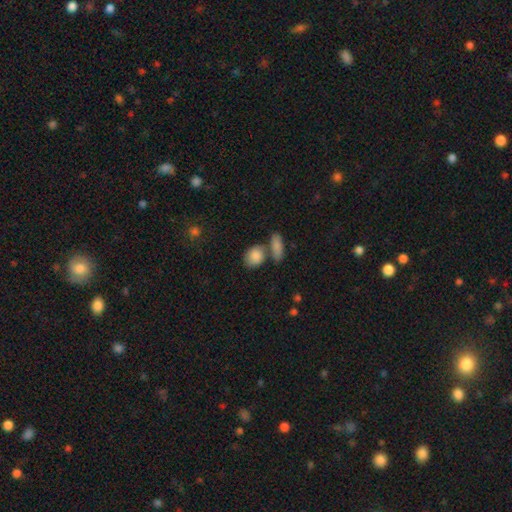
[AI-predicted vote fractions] This is clearly a smooth galaxy (86%). How rounded: possibly in between (59%). Merging: possibly none (52%).